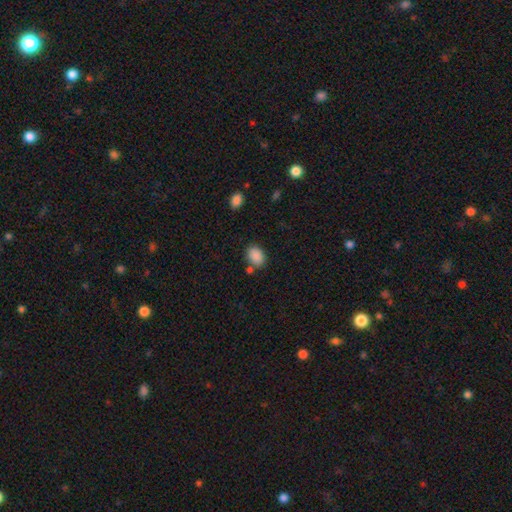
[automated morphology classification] Q: Smooth or featured?
A: smooth (88%); runner-up: star or artifact (8%)
Q: How rounded?
A: in between (76%); runner-up: round (23%)
Q: Merging?
A: none (72%); runner-up: minor disturbance (14%)